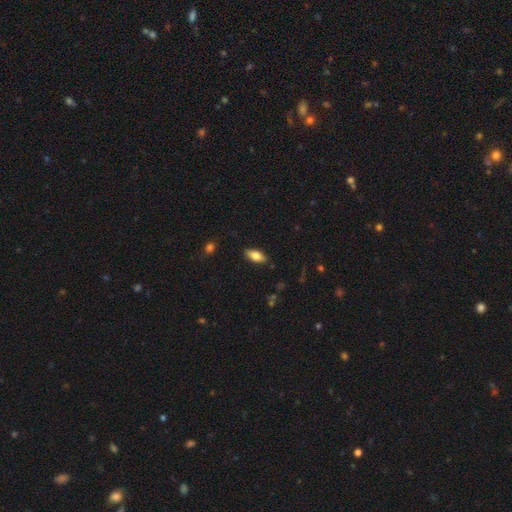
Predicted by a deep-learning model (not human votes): Q: Smooth or featured?
A: smooth (77%); runner-up: featured or disk (16%)
Q: How rounded?
A: in between (85%); runner-up: cigar-shaped (13%)
Q: Merging?
A: none (86%); runner-up: minor disturbance (10%)